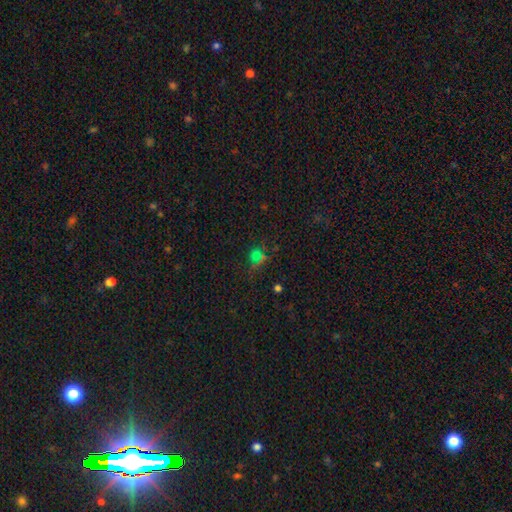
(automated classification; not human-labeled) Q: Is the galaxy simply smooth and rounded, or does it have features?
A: star or artifact — 47%.